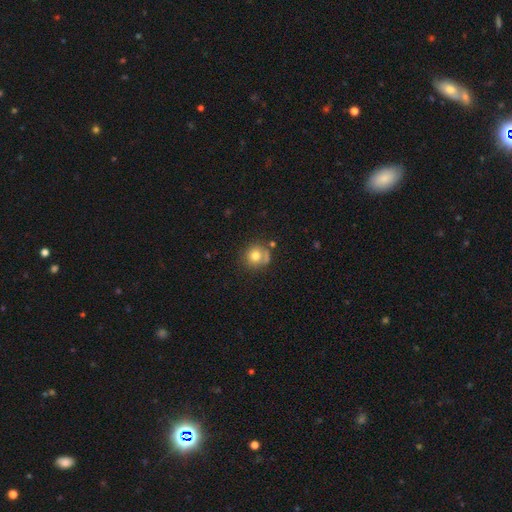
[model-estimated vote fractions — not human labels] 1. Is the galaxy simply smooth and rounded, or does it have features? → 76% smooth, 14% featured or disk, 11% star or artifact.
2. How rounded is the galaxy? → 88% round, 11% in between, 1% cigar-shaped.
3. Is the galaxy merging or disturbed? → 61% none, 18% minor disturbance, 13% merger, 8% major disturbance.